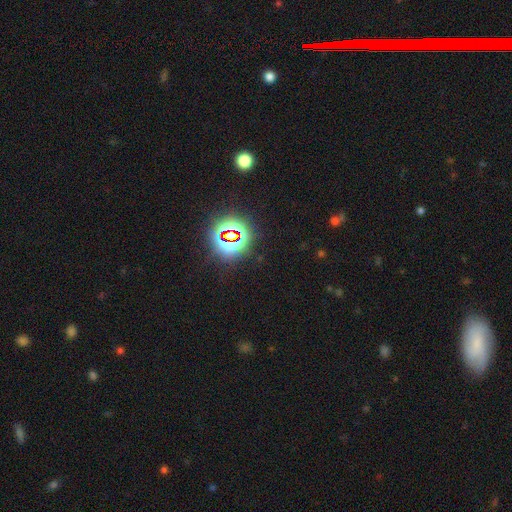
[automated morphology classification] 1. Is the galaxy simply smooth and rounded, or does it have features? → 79% star or artifact, 14% smooth, 8% featured or disk.